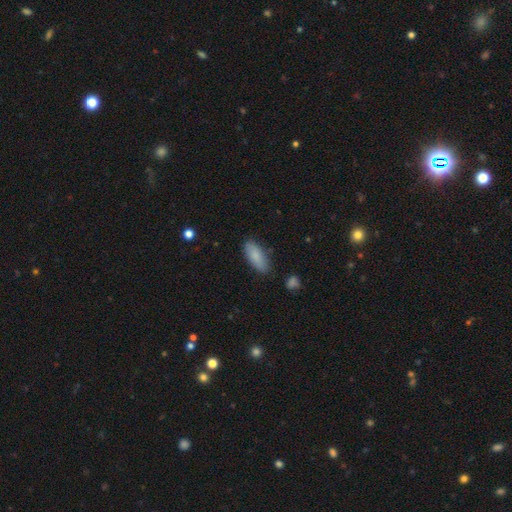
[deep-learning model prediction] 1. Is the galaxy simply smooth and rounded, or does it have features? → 86% smooth, 8% featured or disk, 6% star or artifact.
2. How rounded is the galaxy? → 75% in between, 23% cigar-shaped, 2% round.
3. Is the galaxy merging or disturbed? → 81% none, 14% minor disturbance, 3% major disturbance, 2% merger.